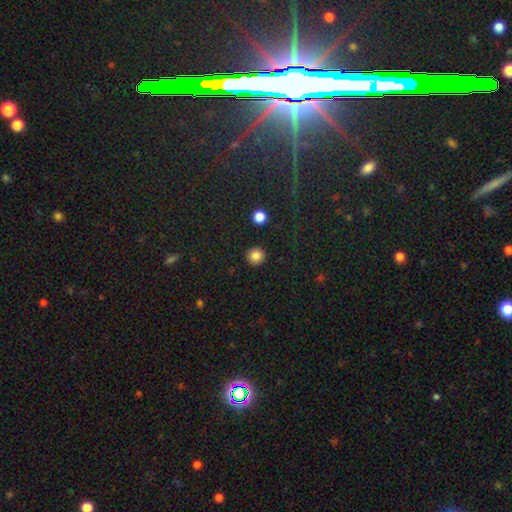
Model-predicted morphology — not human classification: This is clearly a smooth galaxy (85%). How rounded: clearly round (95%). Merging: clearly none (93%).